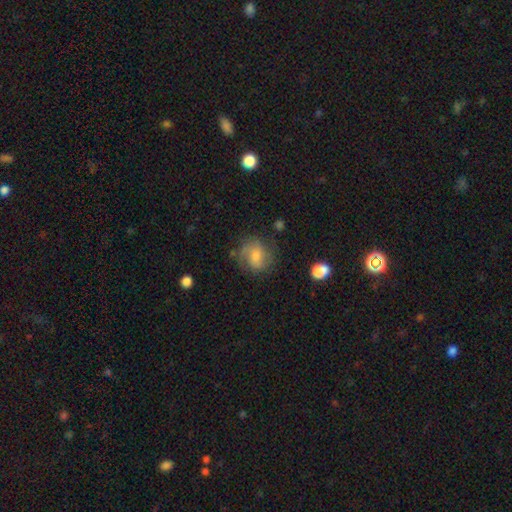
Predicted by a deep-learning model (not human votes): A smooth galaxy with no disk features (47%).

Vote fractions:
- Smooth or featured? smooth: 47% / featured or disk: 45% / star or artifact: 9%
- Merging? none: 65% / minor disturbance: 22% / major disturbance: 10% / merger: 3%